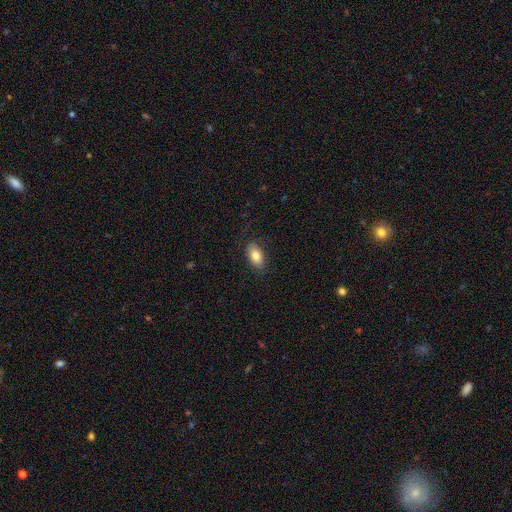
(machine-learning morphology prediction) This appears to be a smooth galaxy with no disk features (80%) that is in between round and cigar-shaped (92%). Merging: none (81%).